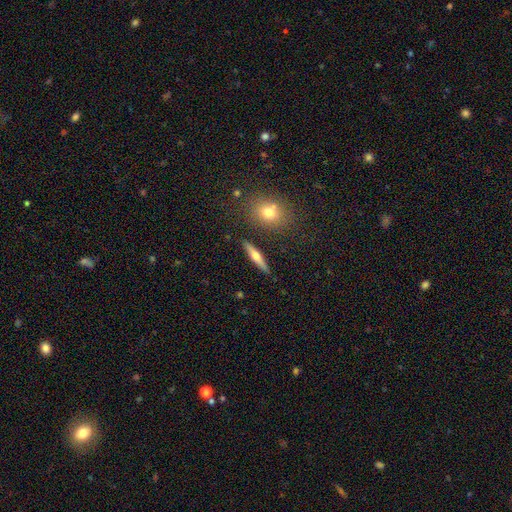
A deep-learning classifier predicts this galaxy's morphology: A featured or disk galaxy (53%) viewed edge-on (94%). Merging: none (88%).